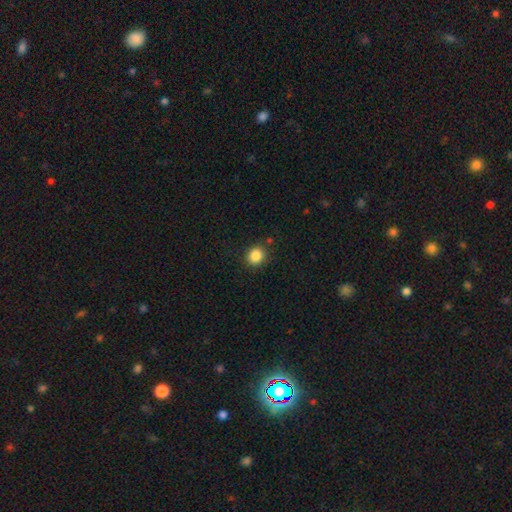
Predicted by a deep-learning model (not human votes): This is clearly a smooth galaxy (86%). How rounded: likely round (80%). Merging: clearly none (86%).